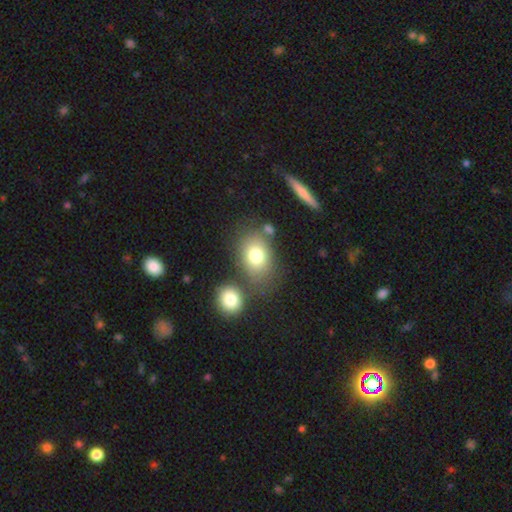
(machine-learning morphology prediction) A smooth galaxy with no disk features (77%) that is in between round and cigar-shaped (63%).

Vote fractions:
- Smooth or featured? smooth: 77% / featured or disk: 13% / star or artifact: 10%
- How rounded? in between: 63% / round: 35% / cigar-shaped: 1%
- Merging? none: 60% / merger: 20% / minor disturbance: 14% / major disturbance: 6%